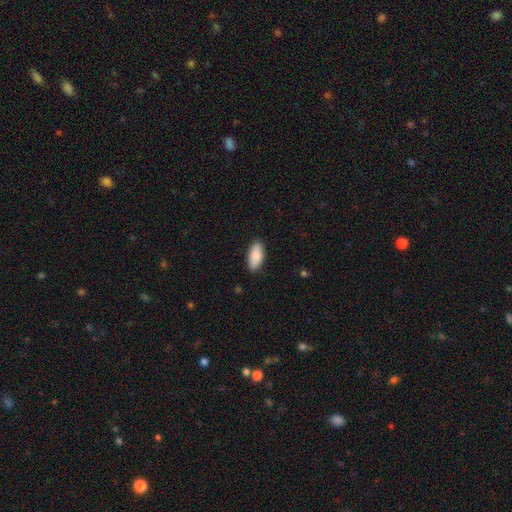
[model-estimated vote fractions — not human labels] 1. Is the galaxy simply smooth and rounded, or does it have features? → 88% smooth, 6% featured or disk, 6% star or artifact.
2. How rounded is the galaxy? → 89% in between, 9% cigar-shaped, 2% round.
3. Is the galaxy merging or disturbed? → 87% none, 10% minor disturbance, 2% major disturbance, 1% merger.